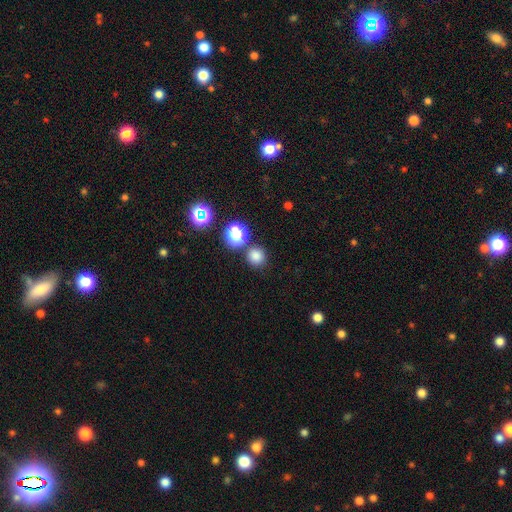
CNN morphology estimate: The model was most divided on "smooth or featured": smooth: 76%, star or artifact: 19%, featured or disk: 5%. More confident: how rounded — round (93%); merging — none (81%).